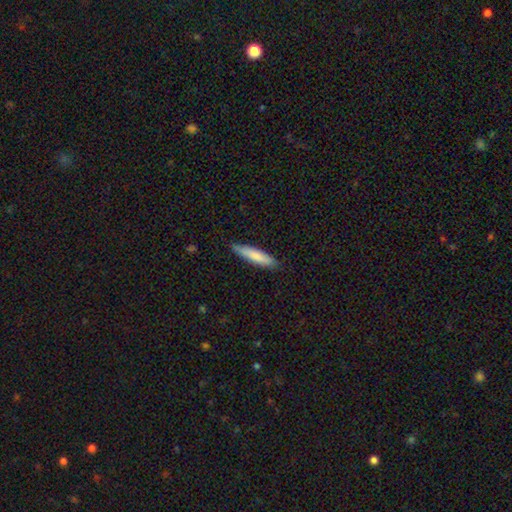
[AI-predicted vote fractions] Q: Smooth or featured?
A: smooth (79%); runner-up: featured or disk (15%)
Q: How rounded?
A: cigar-shaped (82%); runner-up: in between (17%)
Q: Merging?
A: none (84%); runner-up: minor disturbance (13%)